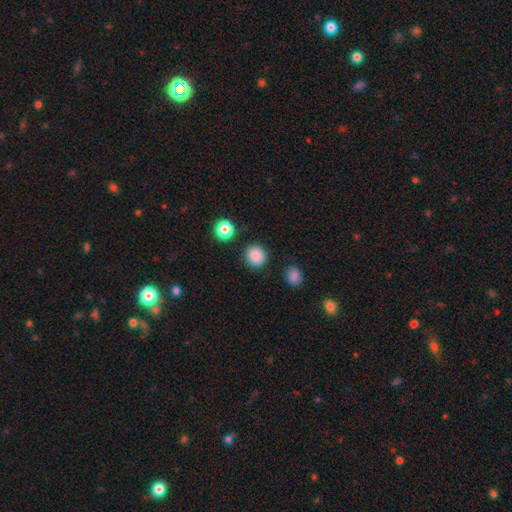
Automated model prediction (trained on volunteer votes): Overall: smooth (87%). How rounded: round (87%). Merging: none (88%).